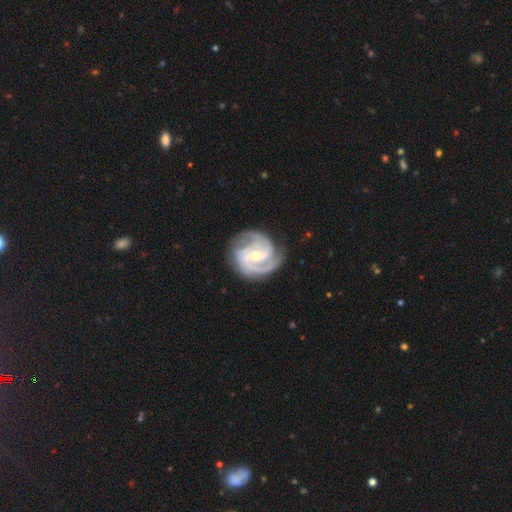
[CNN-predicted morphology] featured or disk 92%, smooth 5%, star or artifact 4%. Down the decision tree: edge-on disk — no (98%); bar — weak (46%); spiral arms — yes (98%); spiral arm count — 2 (46%); spiral winding — tight (50%); bulge size — moderate (48%, tied with small); merging — none (77%).